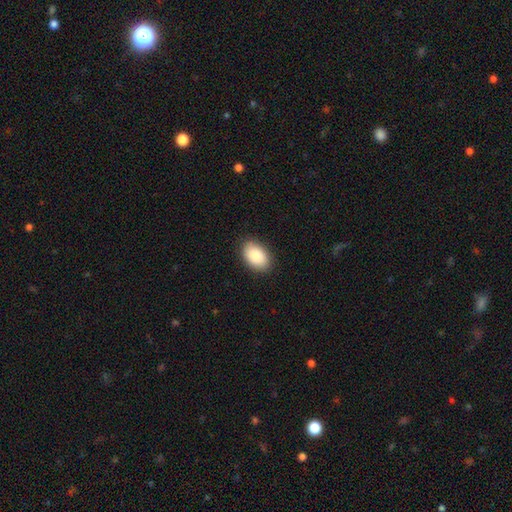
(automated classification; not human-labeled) smooth-or-featured: smooth: 87% | featured or disk: 6% | star or artifact: 6%
  how-rounded: in between: 91% | round: 8% | cigar-shaped: 1%
  merging: none: 88% | minor disturbance: 9% | major disturbance: 2% | merger: 1%